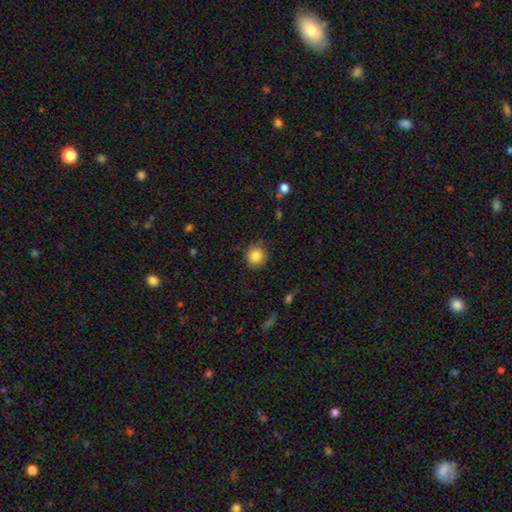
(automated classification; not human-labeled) This appears to be a smooth galaxy with no disk features (85%) that is round (91%). Merging: none (85%).